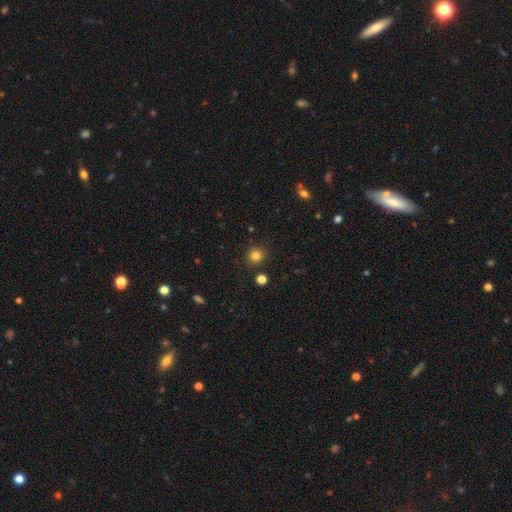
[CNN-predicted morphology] type=smooth (82%); roundness=round (90%); merging=none (87%).